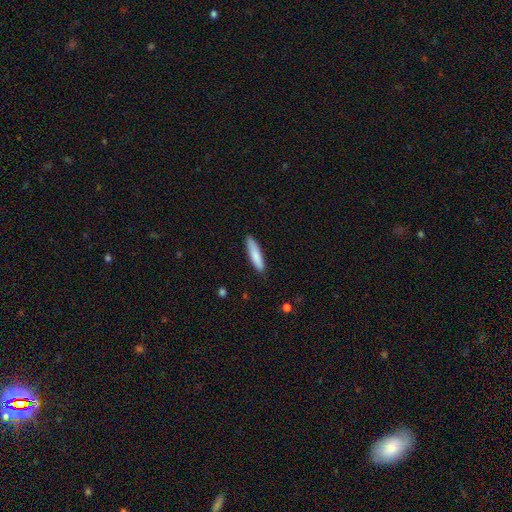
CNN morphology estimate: smooth 83%, featured or disk 11%, star or artifact 6%. Down the decision tree: how rounded — cigar-shaped (80%); merging — none (86%).